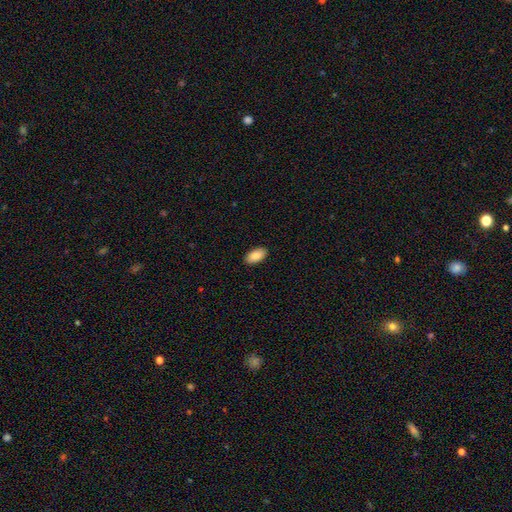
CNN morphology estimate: Smooth or featured? Predicted: smooth (p=0.88). How rounded? Predicted: in between (p=0.95). Merging? Predicted: none (p=0.90).